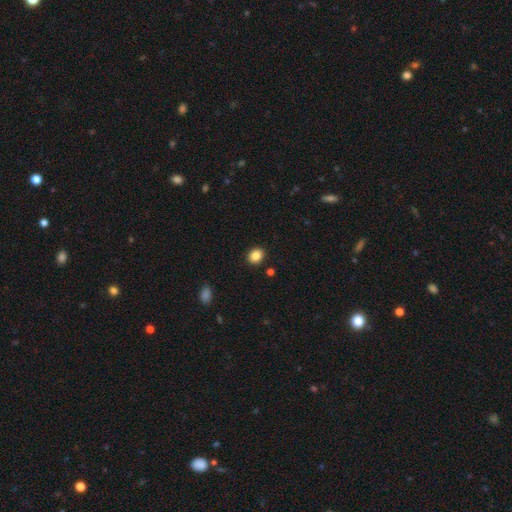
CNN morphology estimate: This is clearly a smooth galaxy (86%). How rounded: possibly round (57%). Merging: clearly none (90%).